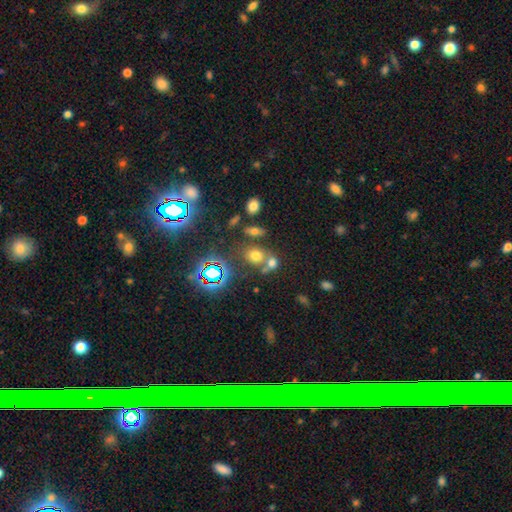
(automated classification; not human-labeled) smooth 60%, star or artifact 28%, featured or disk 12%. Down the decision tree: how rounded — round (58%); merging — none (48%).